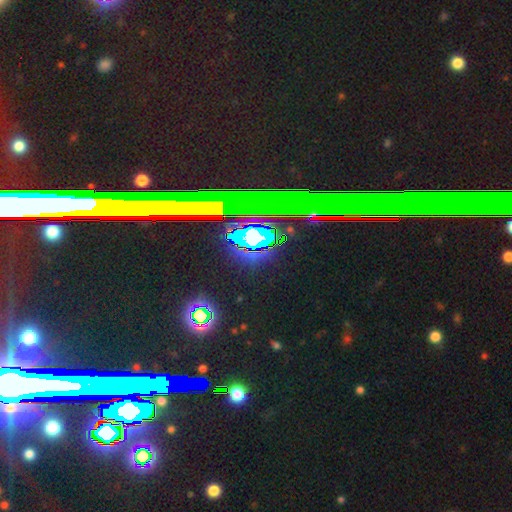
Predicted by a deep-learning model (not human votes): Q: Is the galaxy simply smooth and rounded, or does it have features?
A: star or artifact — 79%.